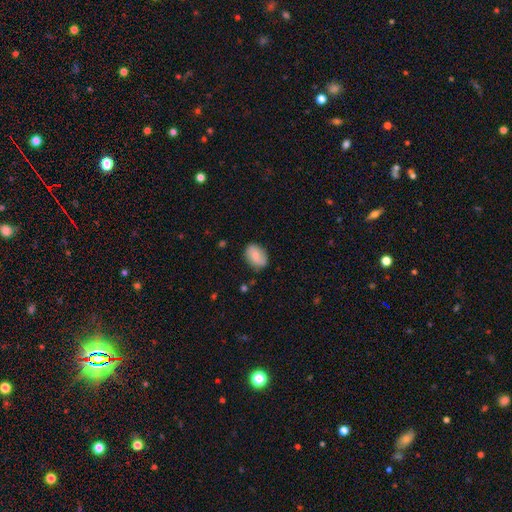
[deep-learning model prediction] smooth 67%, featured or disk 25%, star or artifact 8%. Down the decision tree: how rounded — in between (74%); merging — none (76%).